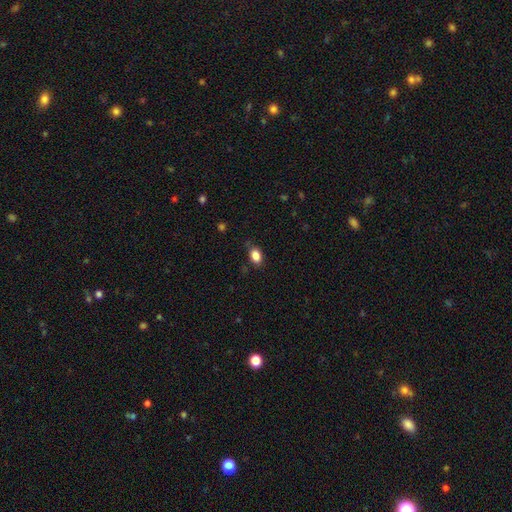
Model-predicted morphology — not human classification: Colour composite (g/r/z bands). It shows a smooth galaxy with no disk features (86%) that is in between round and cigar-shaped (83%). Merging: none (79%).